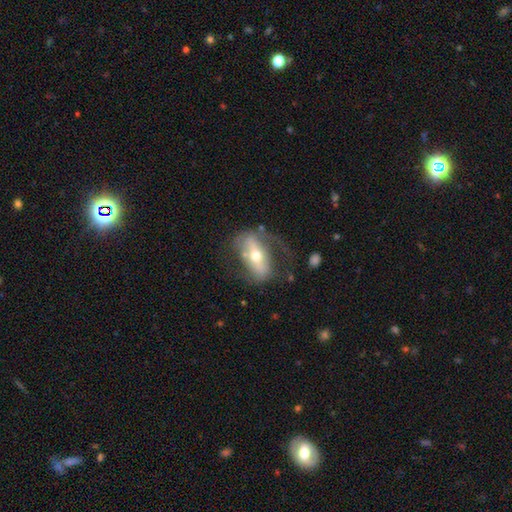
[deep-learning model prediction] Morphology: type=featured or disk (67%); edge-on=no (82%); bar=strong (51%); spiral arms=yes (58%); bulge=moderate (60%); merging=none (49%).